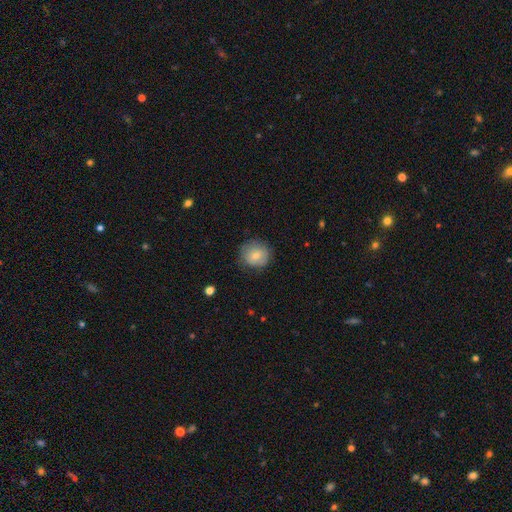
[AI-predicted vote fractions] The model was most divided on "smooth or featured": smooth: 73%, featured or disk: 19%, star or artifact: 8%. More confident: how rounded — round (89%); merging — none (75%).